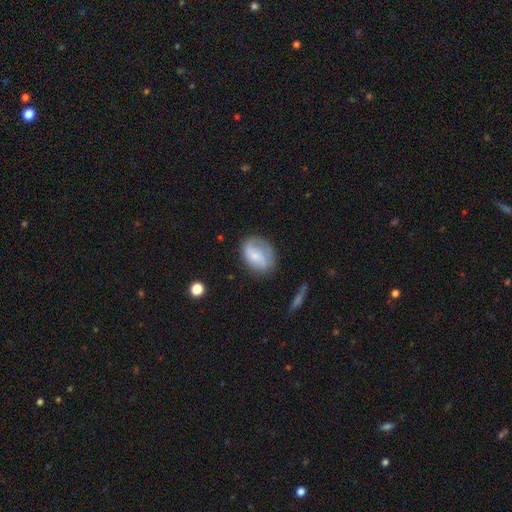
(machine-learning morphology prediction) A smooth galaxy with no disk features (48%).

Vote fractions:
- Smooth or featured? smooth: 48% / featured or disk: 45% / star or artifact: 7%
- Merging? none: 62% / minor disturbance: 25% / major disturbance: 11% / merger: 2%